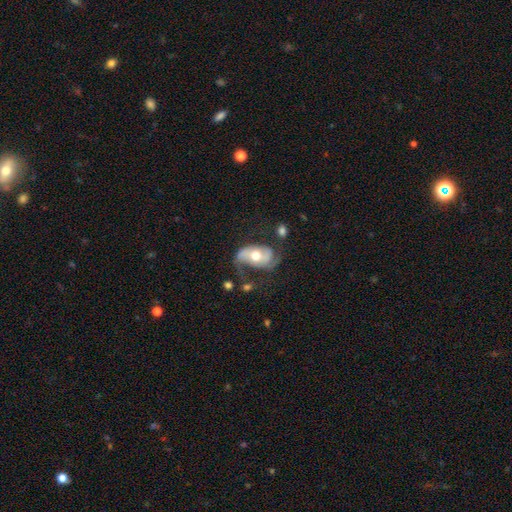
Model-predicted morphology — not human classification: featured or disk 71%, smooth 23%, star or artifact 6%. Down the decision tree: edge-on disk — no (95%); bar — no (60%); spiral arms — yes (84%); spiral arm count — 2 (77%); spiral winding — loose (47%); bulge size — moderate (74%); merging — none (45%).